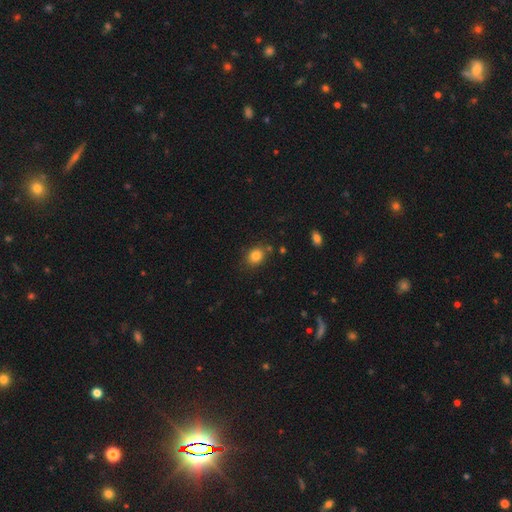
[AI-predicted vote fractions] The model was most divided on "how rounded": round: 59%, in between: 40%, cigar-shaped: 1%. More confident: smooth or featured — smooth (83%); merging — none (79%).